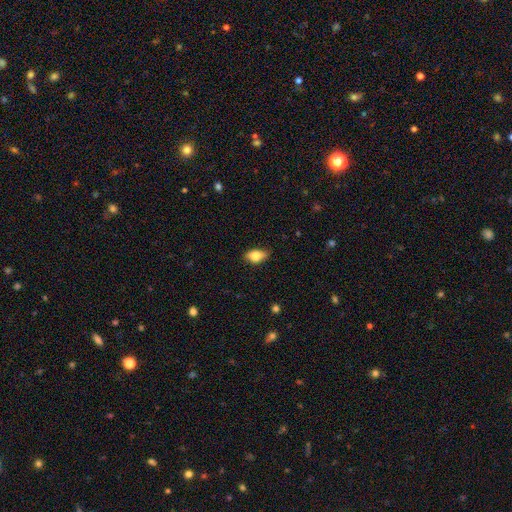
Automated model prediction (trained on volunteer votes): This appears to be a smooth galaxy with no disk features (78%) that is in between round and cigar-shaped (87%). Merging: none (78%).